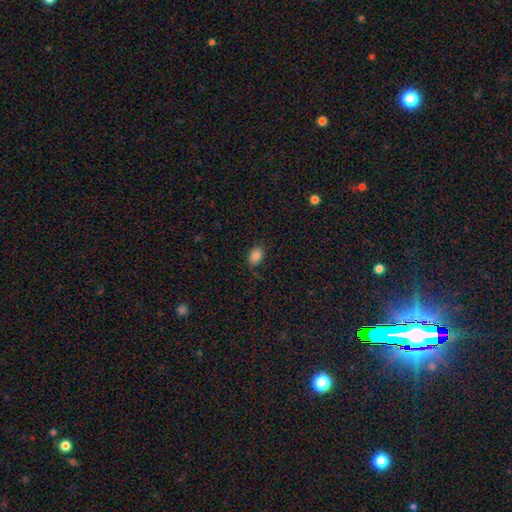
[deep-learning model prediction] This is clearly a smooth galaxy (85%). How rounded: likely in between (77%). Merging: likely none (78%).